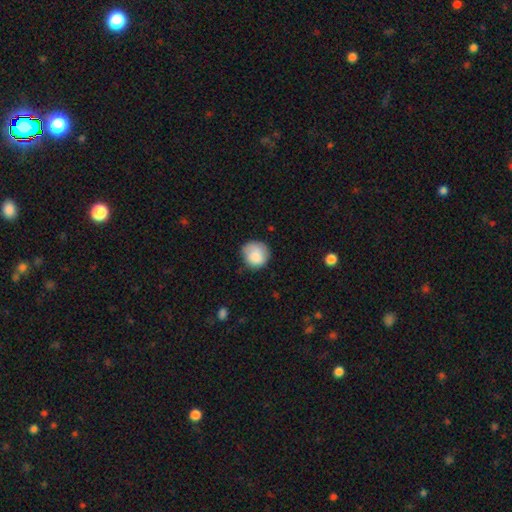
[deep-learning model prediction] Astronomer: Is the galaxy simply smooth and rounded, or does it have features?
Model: smooth — 82%.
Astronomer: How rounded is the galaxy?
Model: round — 86%.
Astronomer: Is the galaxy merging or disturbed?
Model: none — 64%.